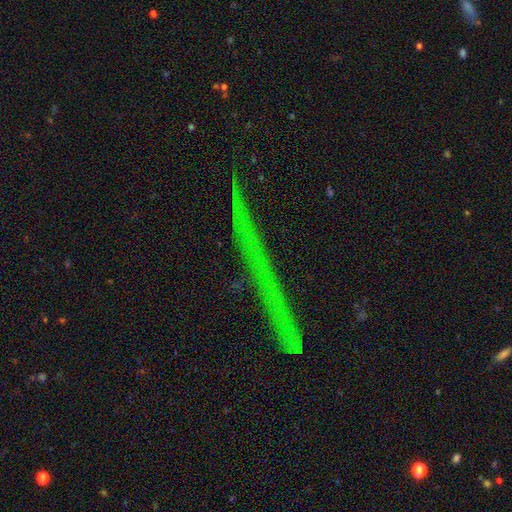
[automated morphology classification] Smooth or featured: star or artifact — 69% (featured or disk — 17%)